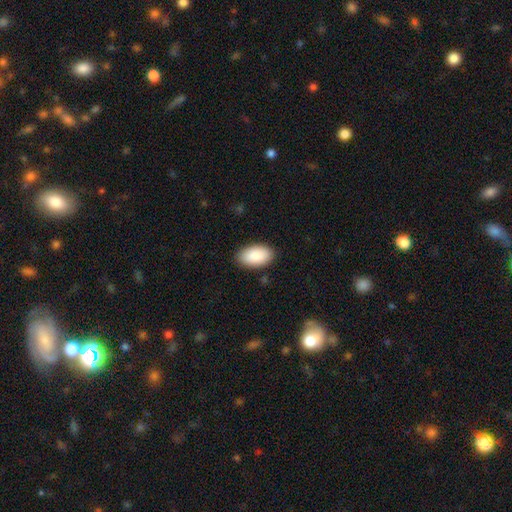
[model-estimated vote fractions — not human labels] A smooth galaxy with no disk features (89%) that is in between round and cigar-shaped (96%). Merging: none (88%).